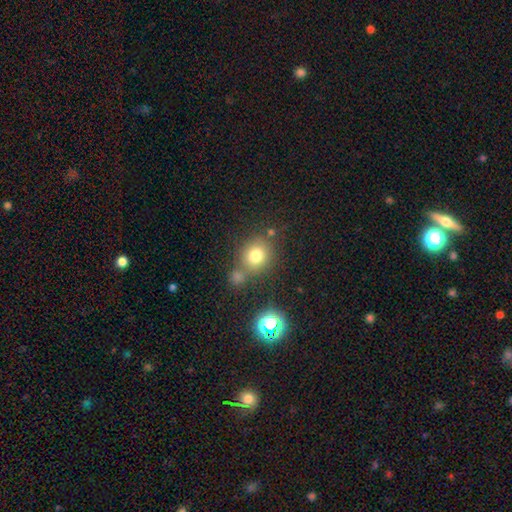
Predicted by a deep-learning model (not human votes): Smooth or featured?
  - smooth: 75% *
  - star or artifact: 16%
  - featured or disk: 9%
How rounded?
  - round: 79% *
  - in between: 20%
  - cigar-shaped: 1%
Merging?
  - none: 64% *
  - merger: 20%
  - minor disturbance: 11%
  - major disturbance: 5%